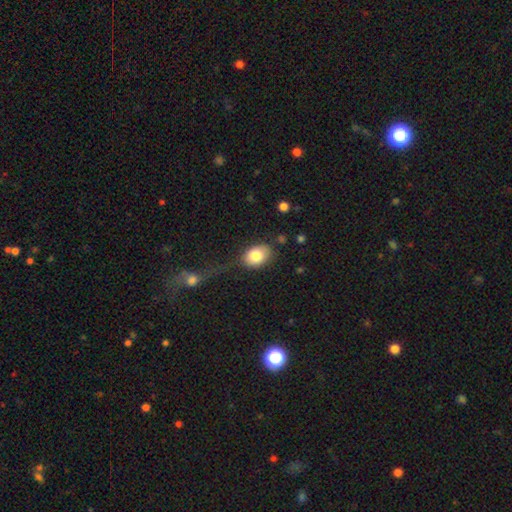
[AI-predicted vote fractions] Q: Smooth or featured?
A: smooth (83%); runner-up: featured or disk (10%)
Q: How rounded?
A: in between (75%); runner-up: round (24%)
Q: Merging?
A: none (62%); runner-up: minor disturbance (19%)